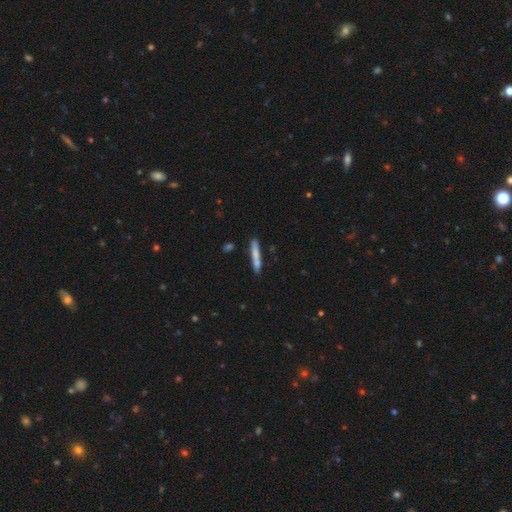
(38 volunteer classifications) This is likely a smooth galaxy (71%). How rounded: clearly cigar-shaped (93%). Merging: likely none (77%).